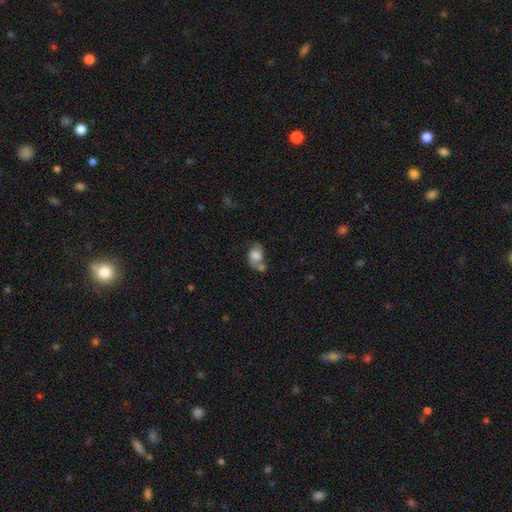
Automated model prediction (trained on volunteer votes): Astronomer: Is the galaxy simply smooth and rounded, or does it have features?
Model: smooth — 50% (runner-up: featured or disk, 40%).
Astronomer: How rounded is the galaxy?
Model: in between — 77%.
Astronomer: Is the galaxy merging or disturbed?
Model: merger — 37% (runner-up: none, 32%).